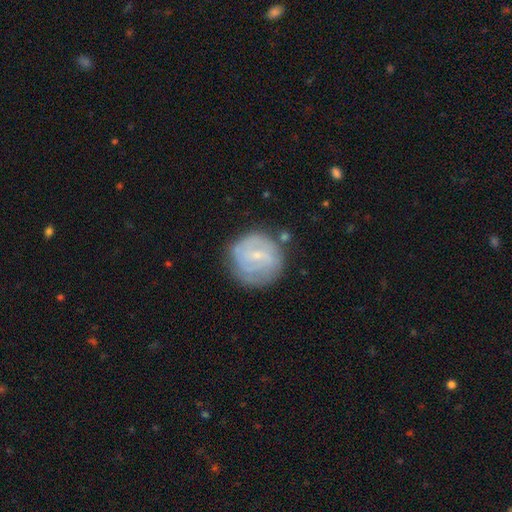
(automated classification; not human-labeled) A featured or disk galaxy (64%) with a weak bar (54%), spiral arms (79%) and a small central bulge (74%).

Vote fractions:
- Smooth or featured? featured or disk: 64% / smooth: 29% / star or artifact: 7%
- Edge-on disk? no: 97% / yes: 3%
- Bar? weak: 54% / no: 31% / strong: 15%
- Spiral arms? yes: 79% / no: 21%
- Bulge size? small: 74% / moderate: 18% / none: 6% / large: 1% / dominant: 1%
- Merging? none: 71% / minor disturbance: 18% / major disturbance: 7% / merger: 4%